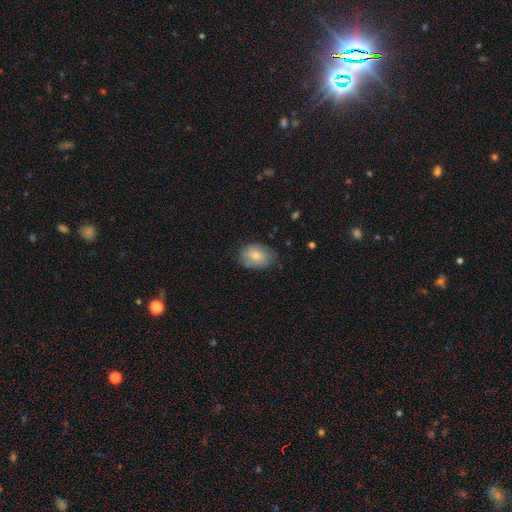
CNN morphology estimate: Smooth or featured? Predicted: smooth (p=0.73). How rounded? Predicted: in between (p=0.70). Merging? Predicted: none (p=0.71).